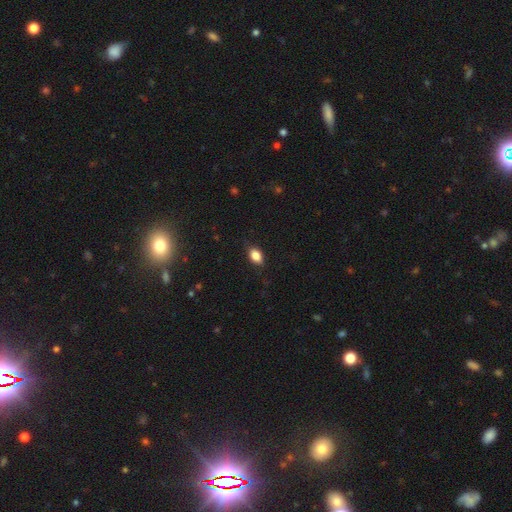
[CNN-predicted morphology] A smooth galaxy with no disk features (85%) that is in between round and cigar-shaped (86%). Merging: none (81%).